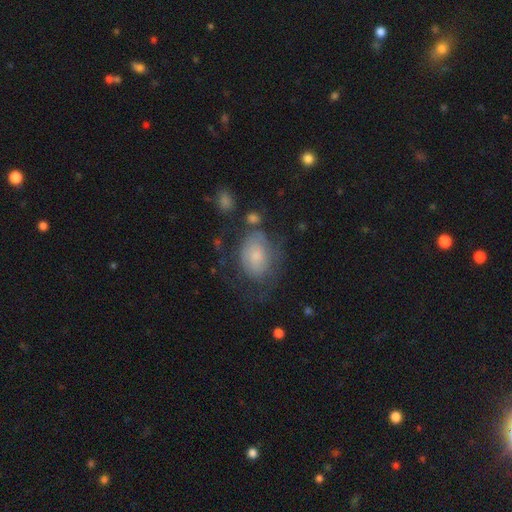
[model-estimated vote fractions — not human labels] This appears to be a smooth galaxy with no disk features (54%) that is in between round and cigar-shaped (78%). Merging: none (44%).